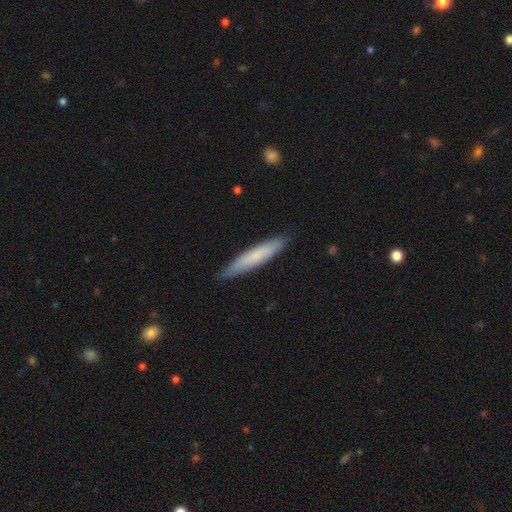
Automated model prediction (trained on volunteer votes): Smooth or featured? Predicted: smooth (p=0.70). How rounded? Predicted: cigar-shaped (p=0.91). Merging? Predicted: none (p=0.87).